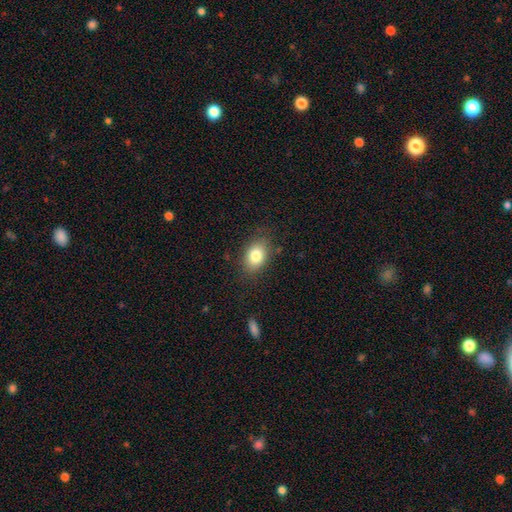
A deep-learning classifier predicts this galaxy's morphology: A smooth galaxy with no disk features (82%) that is in between round and cigar-shaped (82%).

Vote fractions:
- Smooth or featured? smooth: 82% / featured or disk: 10% / star or artifact: 9%
- How rounded? in between: 82% / round: 17% / cigar-shaped: 1%
- Merging? none: 81% / minor disturbance: 14% / major disturbance: 4% / merger: 1%